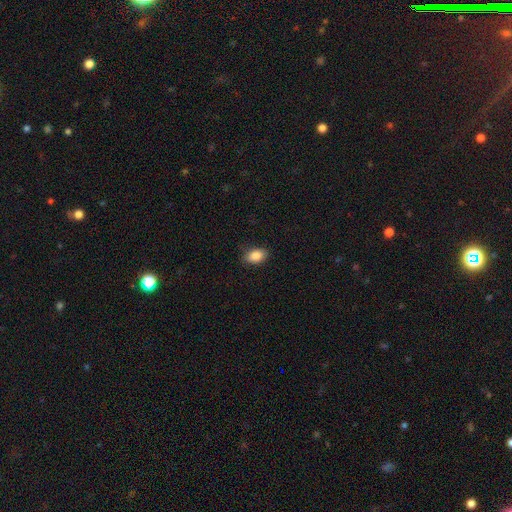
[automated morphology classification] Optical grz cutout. It shows a smooth galaxy with no disk features (87%) that is in between round and cigar-shaped (86%). Merging: none (83%).